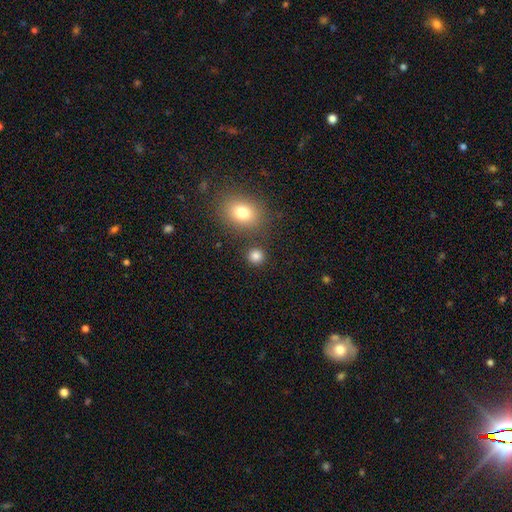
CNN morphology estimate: A smooth galaxy with no disk features (83%) that is round (89%). Merging: none (84%).